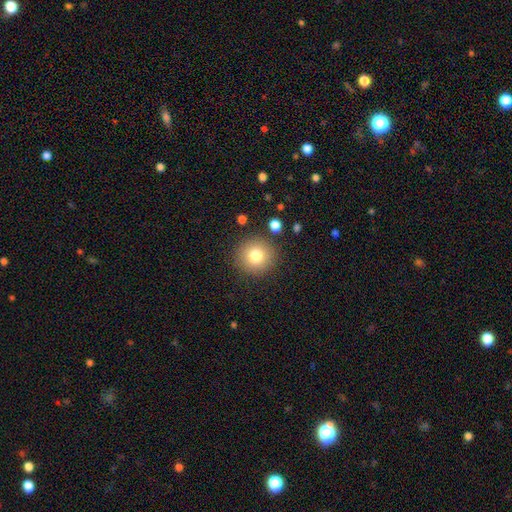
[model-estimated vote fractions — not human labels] smooth 79%, star or artifact 11%, featured or disk 10%. Down the decision tree: how rounded — round (93%); merging — none (87%).